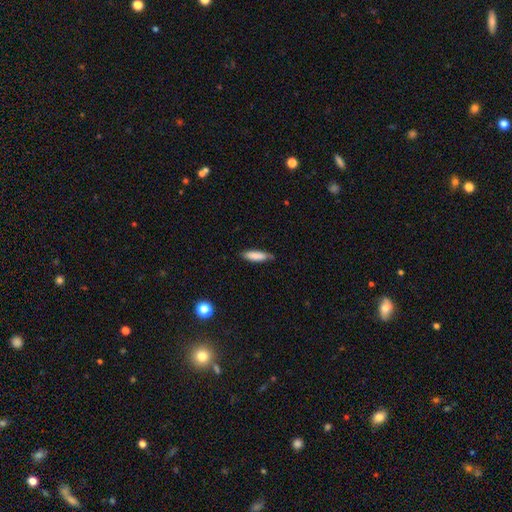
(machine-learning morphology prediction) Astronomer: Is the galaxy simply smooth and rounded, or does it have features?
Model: smooth — 82%.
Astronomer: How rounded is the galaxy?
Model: cigar-shaped — 63%.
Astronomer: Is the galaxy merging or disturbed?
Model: none — 73%.